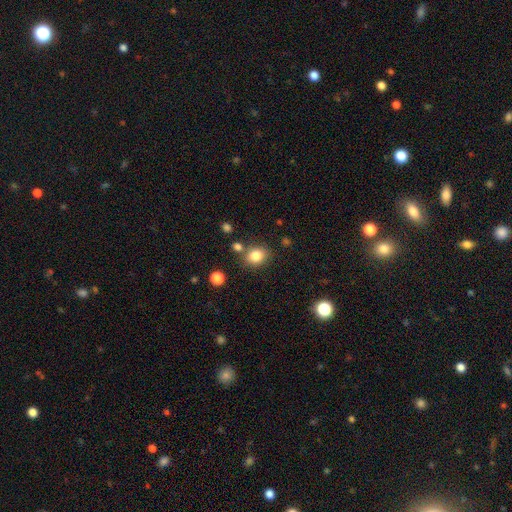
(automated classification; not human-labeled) A smooth galaxy with no disk features (82%) that is round (56%). Merging: none (75%).